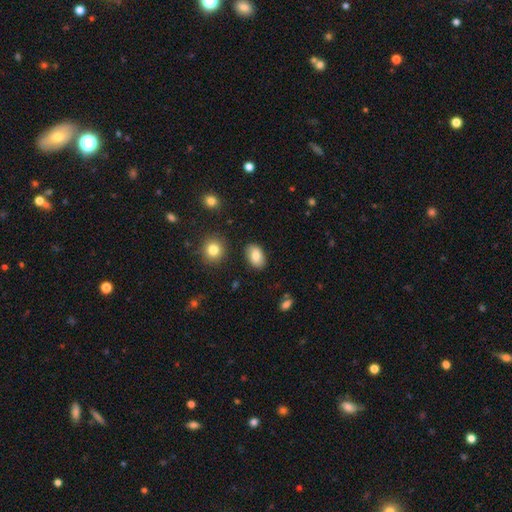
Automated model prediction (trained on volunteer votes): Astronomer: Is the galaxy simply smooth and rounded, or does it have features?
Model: smooth — 80%.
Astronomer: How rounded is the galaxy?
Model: in between — 89%.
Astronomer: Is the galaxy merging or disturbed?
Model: none — 85%.